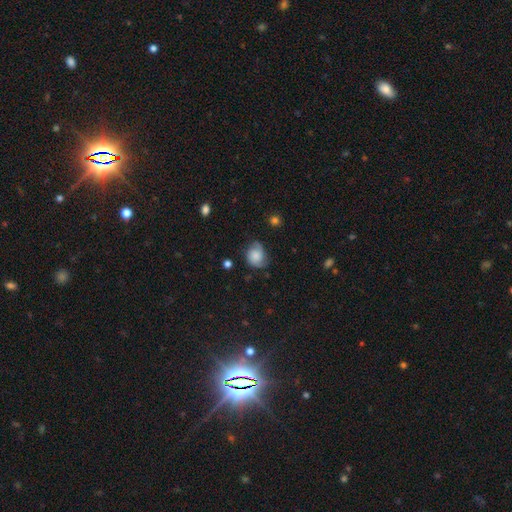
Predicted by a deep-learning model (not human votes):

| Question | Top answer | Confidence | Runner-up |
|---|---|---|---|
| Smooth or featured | featured or disk | 52% | smooth (39%) |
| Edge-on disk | no | 97% | yes (3%) |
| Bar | no | 75% | weak (22%) |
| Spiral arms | yes | 90% | no (10%) |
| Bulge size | small | 33% | moderate (32%) |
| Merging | none | 61% | minor disturbance (27%) |